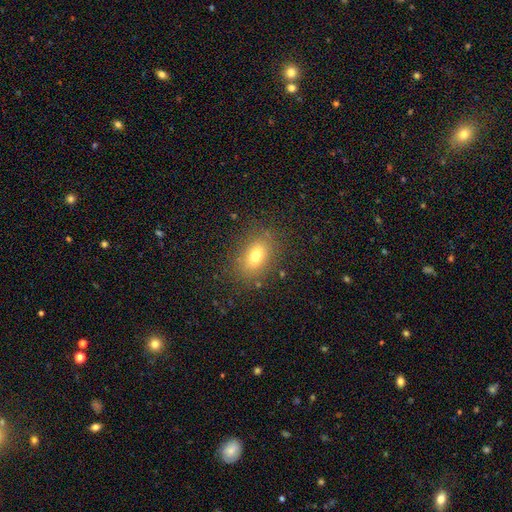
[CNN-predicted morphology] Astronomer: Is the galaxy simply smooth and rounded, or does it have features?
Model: smooth — 76%.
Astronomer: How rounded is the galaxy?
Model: in between — 84%.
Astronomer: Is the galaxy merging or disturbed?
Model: none — 84%.